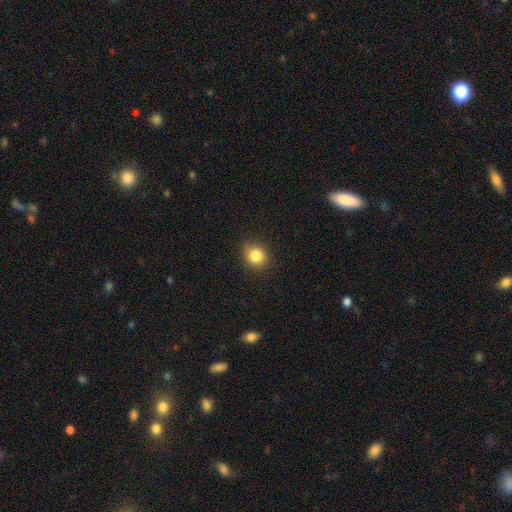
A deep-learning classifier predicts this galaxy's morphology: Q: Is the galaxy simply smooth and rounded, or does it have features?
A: smooth — 85%.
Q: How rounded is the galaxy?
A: round — 78%.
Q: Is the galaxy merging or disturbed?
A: none — 85%.